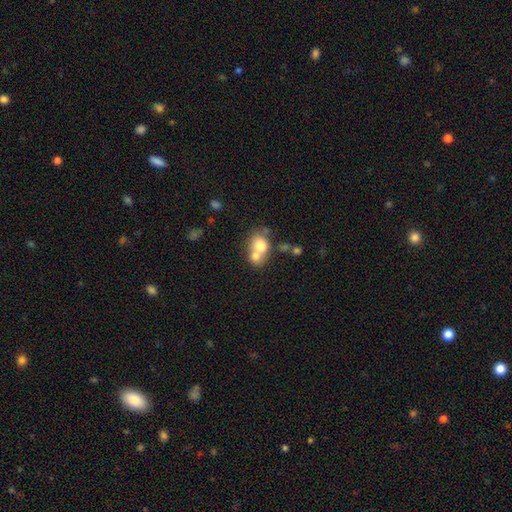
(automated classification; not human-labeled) The model was most divided on "how rounded": round: 61%, in between: 38%, cigar-shaped: 1%. More confident: smooth or featured — smooth (71%); merging — merger (66%).